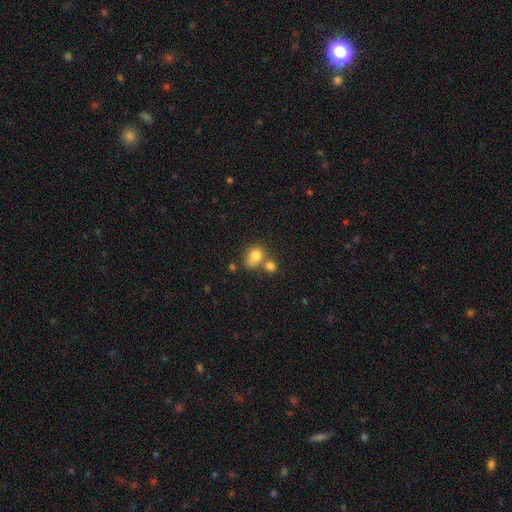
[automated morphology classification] smooth 80%, star or artifact 10%, featured or disk 10%. Down the decision tree: how rounded — in between (51%); merging — none (41%).